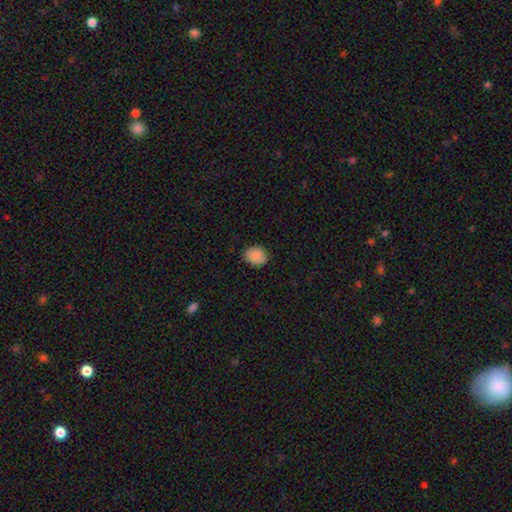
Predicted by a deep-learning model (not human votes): Morphology: type=smooth (88%); roundness=round (64%); merging=none (81%).